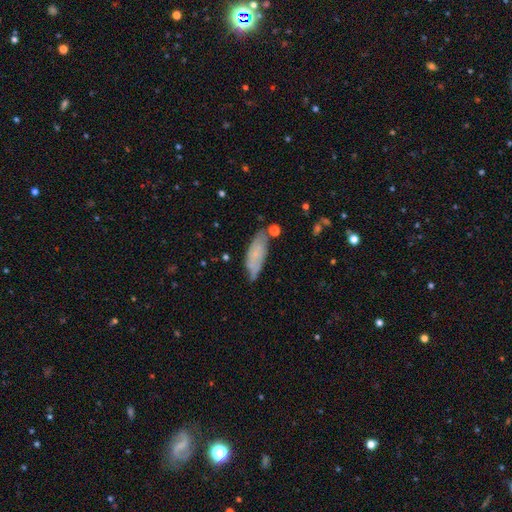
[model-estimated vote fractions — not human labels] Smooth or featured: smooth — 63% (featured or disk — 29%)
How rounded: in between — 68% (cigar-shaped — 30%)
Merging: none — 59% (minor disturbance — 29%)